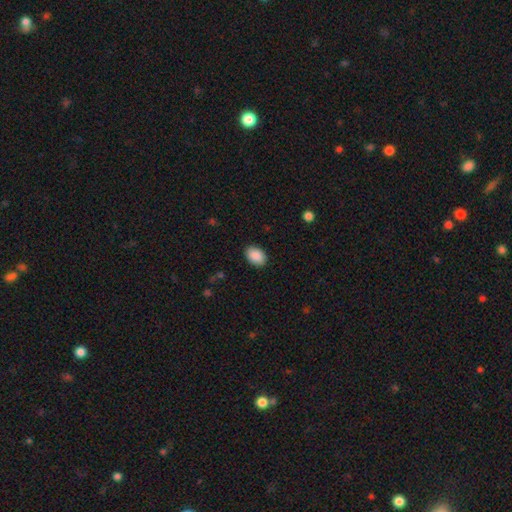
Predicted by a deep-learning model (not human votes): Smooth or featured? Predicted: smooth (p=0.90). How rounded? Predicted: in between (p=0.81). Merging? Predicted: none (p=0.89).